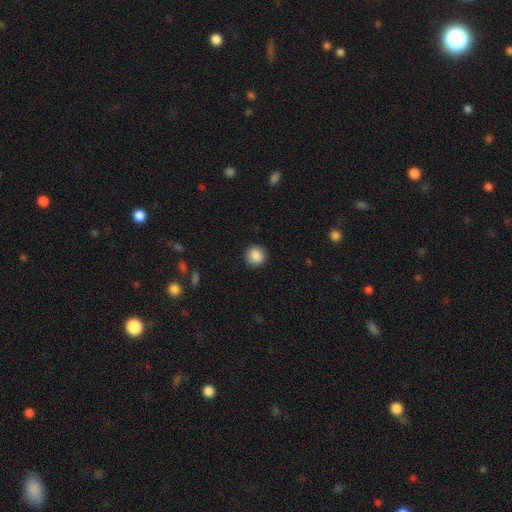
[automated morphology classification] smooth-or-featured: smooth: 88% | star or artifact: 9% | featured or disk: 3%
  how-rounded: round: 91% | in between: 8% | cigar-shaped: 1%
  merging: none: 90% | minor disturbance: 7% | major disturbance: 2% | merger: 1%